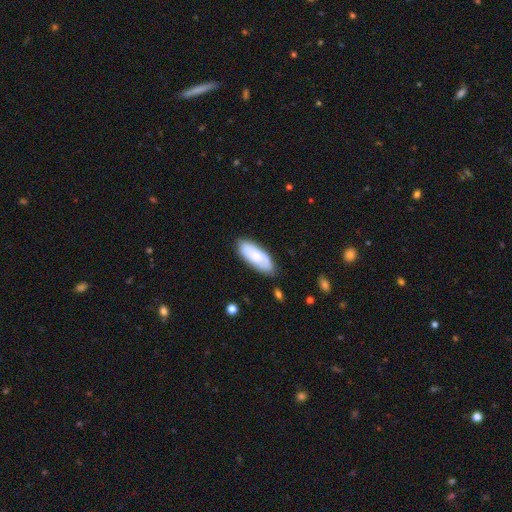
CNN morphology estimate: Smooth or featured? smooth (63%)
How rounded? in between (81%)
Merging? none (78%)